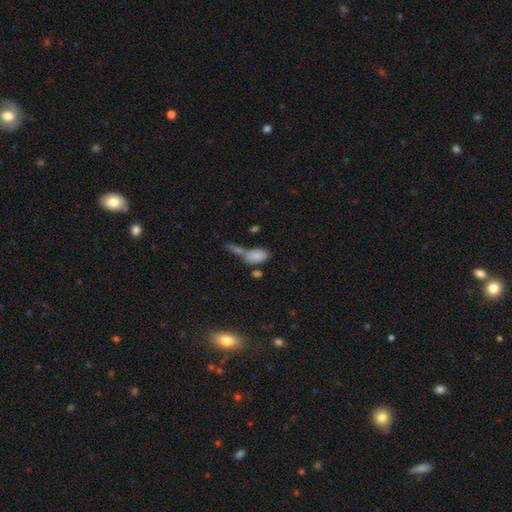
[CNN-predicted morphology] Q: Smooth or featured?
A: smooth (81%); runner-up: featured or disk (10%)
Q: How rounded?
A: in between (90%); runner-up: cigar-shaped (5%)
Q: Merging?
A: merger (45%); runner-up: none (34%)